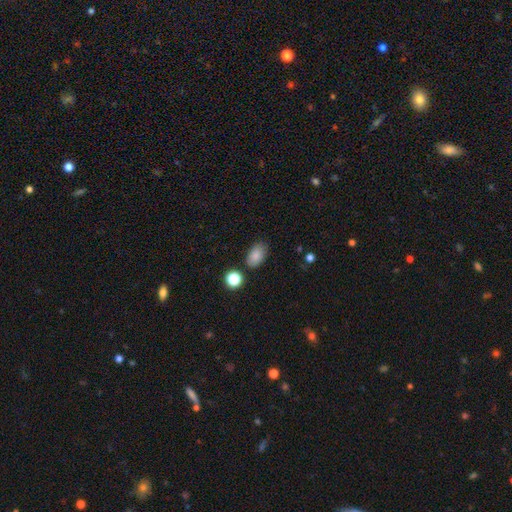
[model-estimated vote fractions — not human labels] smooth_or_featured: smooth (p=0.85) [alt: star or artifact p=0.09]
how_rounded: in between (p=0.90) [alt: round p=0.09]
merging: none (p=0.77) [alt: minor disturbance p=0.15]